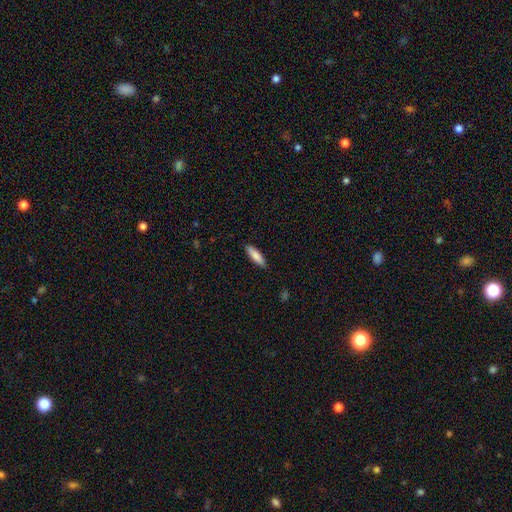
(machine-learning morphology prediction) A smooth galaxy with no disk features (85%) that is cigar-shaped (59%). Merging: none (88%).